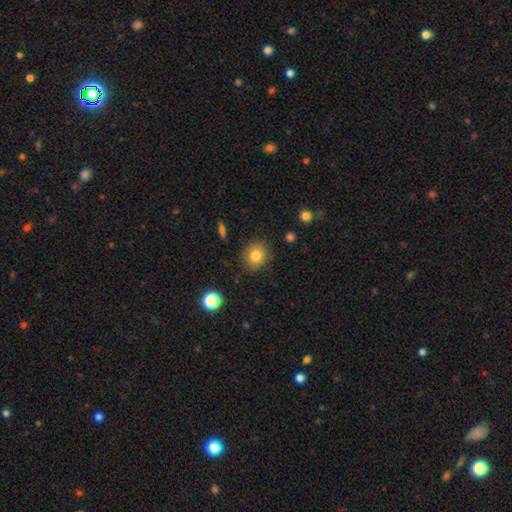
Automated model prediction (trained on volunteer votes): Smooth or featured?
  - smooth: 80% *
  - star or artifact: 11%
  - featured or disk: 9%
How rounded?
  - round: 75% *
  - in between: 24%
  - cigar-shaped: 1%
Merging?
  - none: 87% *
  - minor disturbance: 9%
  - major disturbance: 3%
  - merger: 2%